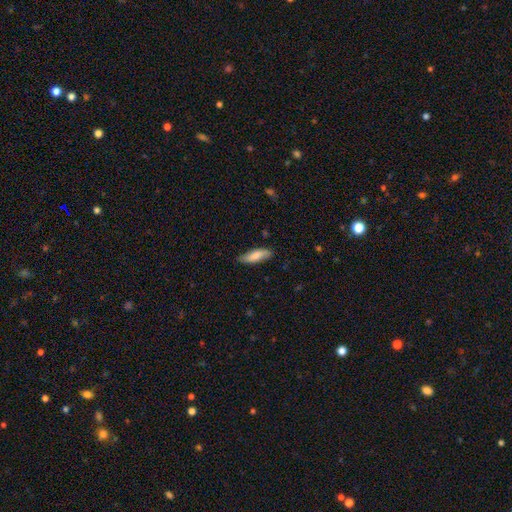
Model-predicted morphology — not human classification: This is likely a smooth galaxy (79%). How rounded: possibly in between (53%). Merging: likely none (79%).